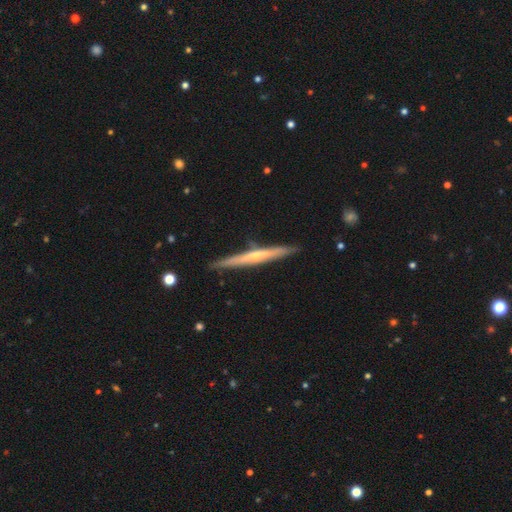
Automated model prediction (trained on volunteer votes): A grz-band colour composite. It shows a featured or disk galaxy (70%) viewed edge-on (97%) with a rounded central bulge (51%). Merging: none (90%).